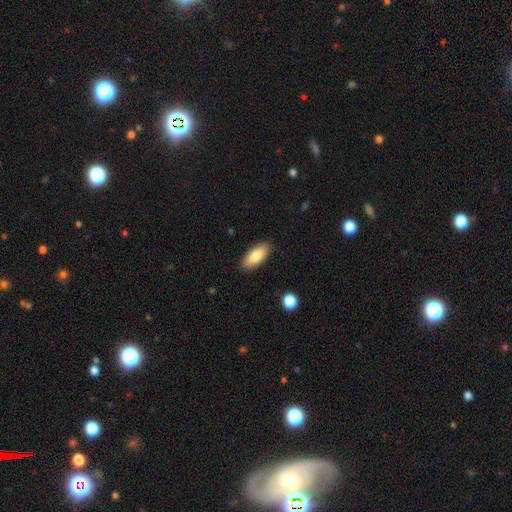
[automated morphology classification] type=smooth (84%); roundness=in between (85%); merging=none (88%).